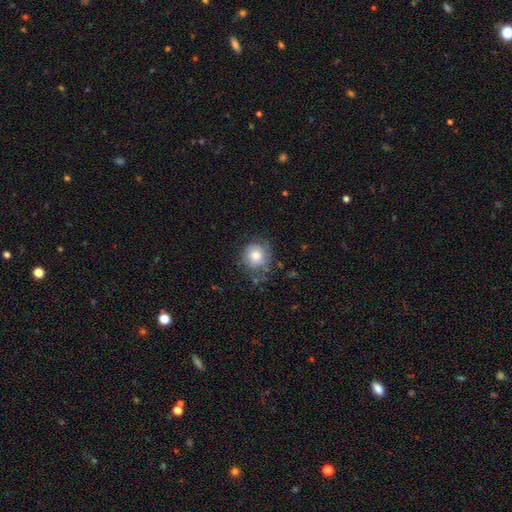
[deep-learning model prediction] smooth 61%, featured or disk 31%, star or artifact 8%. Down the decision tree: how rounded — round (87%); merging — none (66%).